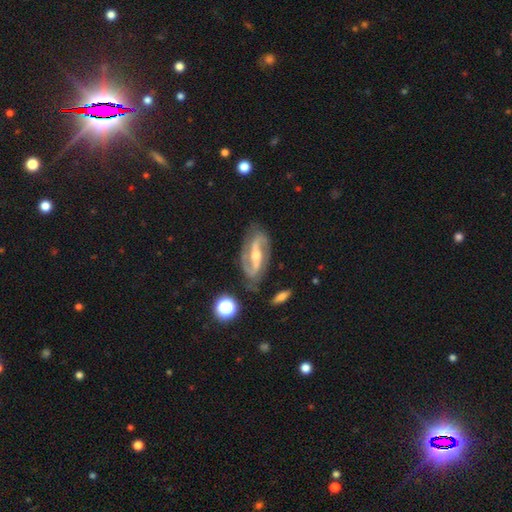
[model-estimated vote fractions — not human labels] Q: Smooth or featured?
A: featured or disk (90%); runner-up: smooth (6%)
Q: Edge-on disk?
A: no (94%); runner-up: yes (6%)
Q: Bar?
A: strong (54%); runner-up: weak (30%)
Q: Spiral arms?
A: yes (96%); runner-up: no (4%)
Q: Spiral winding?
A: medium (51%); runner-up: loose (25%)
Q: Spiral arm count?
A: 2 (93%); runner-up: can't tell (3%)
Q: Bulge size?
A: moderate (58%); runner-up: small (34%)
Q: Merging?
A: none (80%); runner-up: minor disturbance (13%)